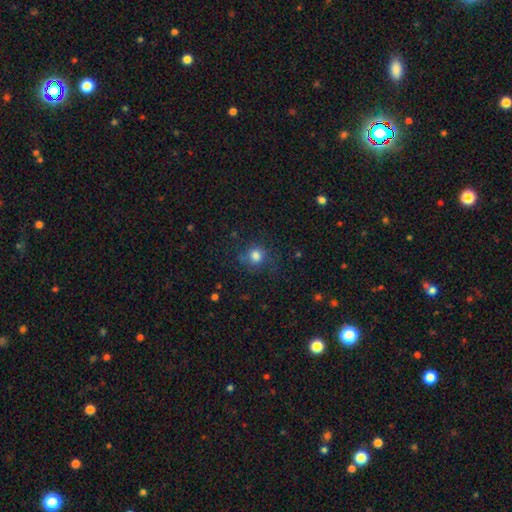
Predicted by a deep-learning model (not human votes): A smooth galaxy with no disk features (79%) that is round (87%).

Vote fractions:
- Smooth or featured? smooth: 79% / star or artifact: 12% / featured or disk: 9%
- How rounded? round: 87% / in between: 12% / cigar-shaped: 1%
- Merging? none: 71% / minor disturbance: 17% / major disturbance: 10% / merger: 2%